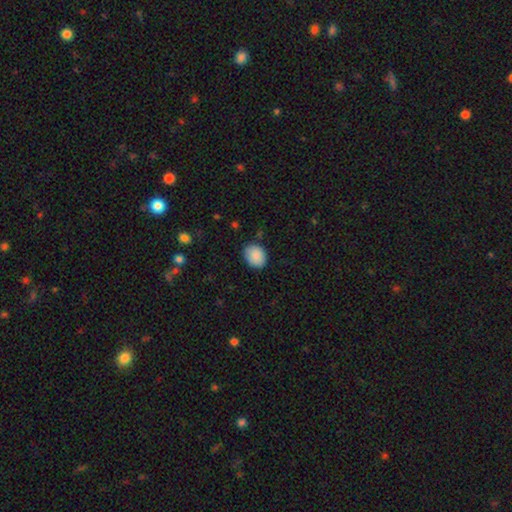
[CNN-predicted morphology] type=smooth (88%); roundness=in between (52%); merging=none (85%).